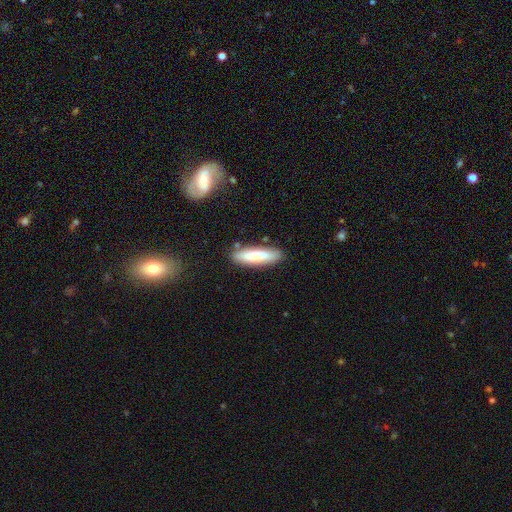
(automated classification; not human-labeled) Smooth or featured?
  - smooth: 81% *
  - featured or disk: 13%
  - star or artifact: 6%
How rounded?
  - cigar-shaped: 67% *
  - in between: 32%
  - round: 2%
Merging?
  - none: 82% *
  - minor disturbance: 12%
  - merger: 3%
  - major disturbance: 3%